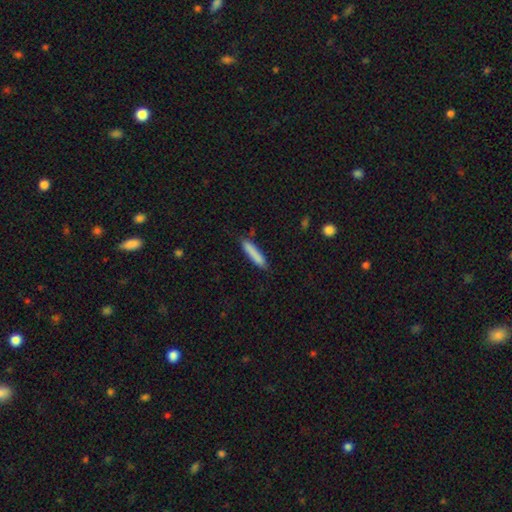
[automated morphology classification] This is clearly a smooth galaxy (84%). How rounded: clearly cigar-shaped (87%). Merging: clearly none (82%).